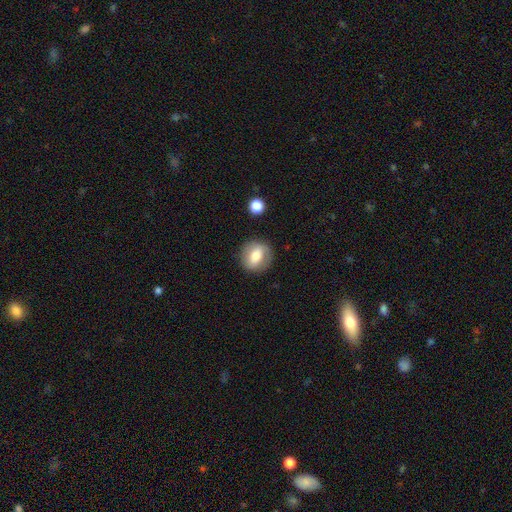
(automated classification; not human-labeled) This is likely a smooth galaxy (62%). How rounded: likely round (71%). Merging: clearly none (83%).